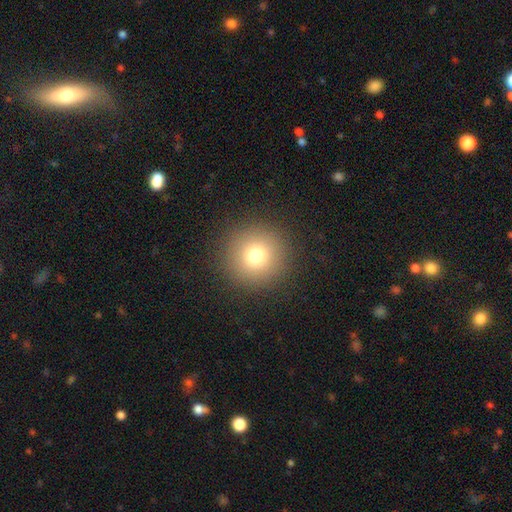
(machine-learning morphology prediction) This appears to be a smooth galaxy with no disk features (76%) that is round (96%). Merging: none (92%).